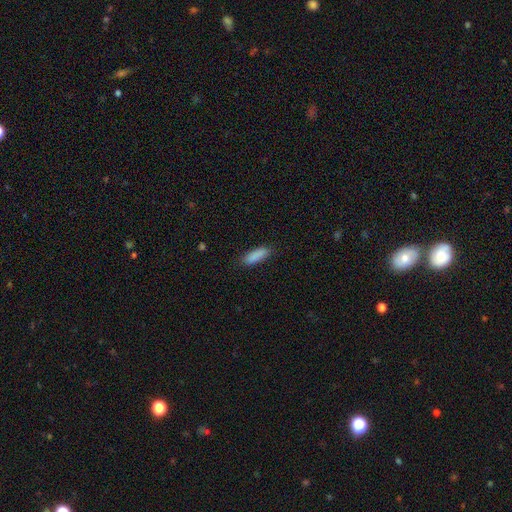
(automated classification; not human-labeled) Smooth or featured?
  - smooth: 89% *
  - star or artifact: 7%
  - featured or disk: 5%
How rounded?
  - in between: 50% *
  - cigar-shaped: 49%
  - round: 2%
Merging?
  - none: 85% *
  - minor disturbance: 12%
  - major disturbance: 2%
  - merger: 1%